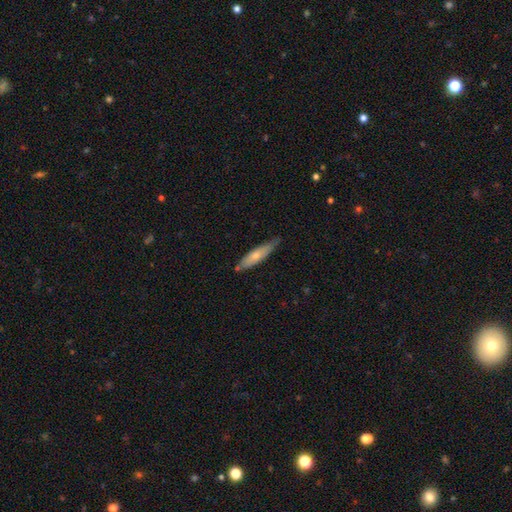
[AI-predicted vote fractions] Smooth or featured?
  - smooth: 62% *
  - featured or disk: 32%
  - star or artifact: 5%
How rounded?
  - cigar-shaped: 75% *
  - in between: 24%
  - round: 2%
Merging?
  - none: 67% *
  - minor disturbance: 24%
  - merger: 5%
  - major disturbance: 4%